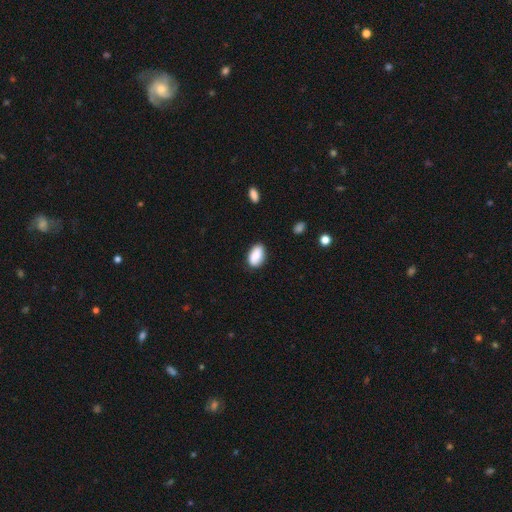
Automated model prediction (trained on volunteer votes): A smooth galaxy with no disk features (86%) that is in between round and cigar-shaped (92%).

Vote fractions:
- Smooth or featured? smooth: 86% / featured or disk: 7% / star or artifact: 7%
- How rounded? in between: 92% / round: 6% / cigar-shaped: 2%
- Merging? none: 82% / minor disturbance: 14% / major disturbance: 3% / merger: 1%